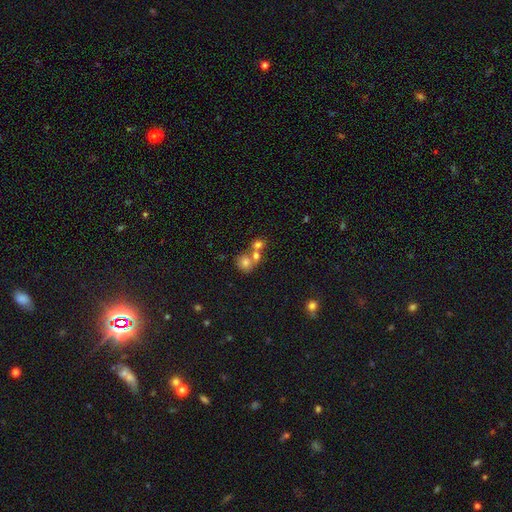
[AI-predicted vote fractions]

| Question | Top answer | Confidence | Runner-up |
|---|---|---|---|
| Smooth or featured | smooth | 61% | star or artifact (21%) |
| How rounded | round | 81% | in between (18%) |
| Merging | merger | 45% | none (44%) |